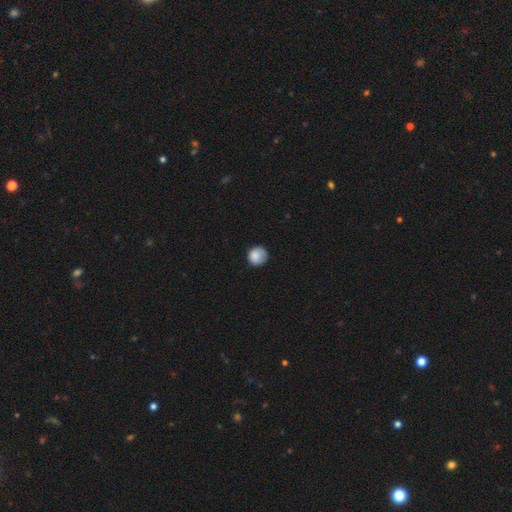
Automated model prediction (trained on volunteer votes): Morphology: type=smooth (86%); roundness=round (91%); merging=none (77%).